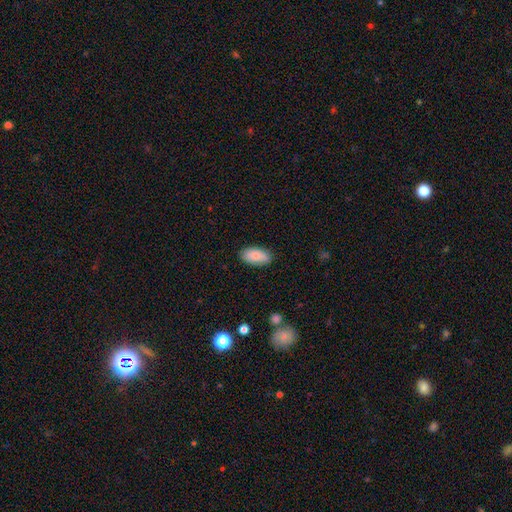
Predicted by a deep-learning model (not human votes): A smooth galaxy with no disk features (83%) that is in between round and cigar-shaped (93%). Merging: none (84%).